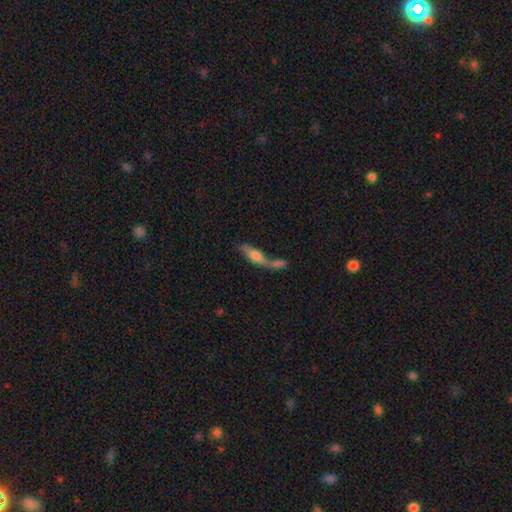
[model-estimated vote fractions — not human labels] Q: Smooth or featured?
A: smooth (51%); runner-up: featured or disk (42%)
Q: How rounded?
A: cigar-shaped (58%); runner-up: in between (38%)
Q: Merging?
A: merger (54%); runner-up: none (28%)